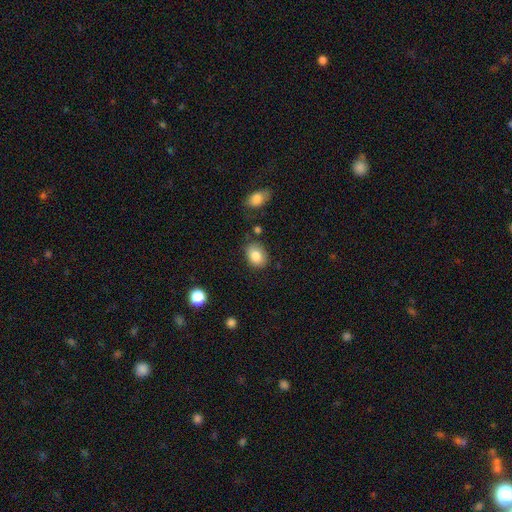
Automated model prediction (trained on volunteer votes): Smooth or featured? smooth (84%)
How rounded? in between (68%)
Merging? none (76%)